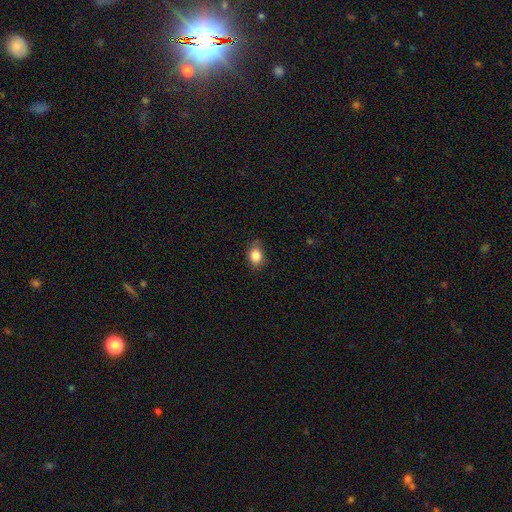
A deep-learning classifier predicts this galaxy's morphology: smooth_or_featured: smooth (p=0.85) [alt: star or artifact p=0.09]
how_rounded: in between (p=0.61) [alt: round p=0.38]
merging: none (p=0.74) [alt: minor disturbance p=0.21]